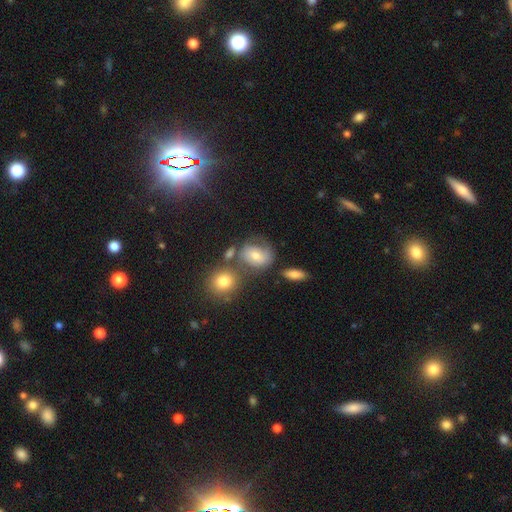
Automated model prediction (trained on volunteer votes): Smooth or featured?
  - smooth: 55% *
  - featured or disk: 33%
  - star or artifact: 12%
How rounded?
  - in between: 55% *
  - round: 43%
  - cigar-shaped: 2%
Merging?
  - none: 46% *
  - minor disturbance: 23%
  - merger: 19%
  - major disturbance: 13%